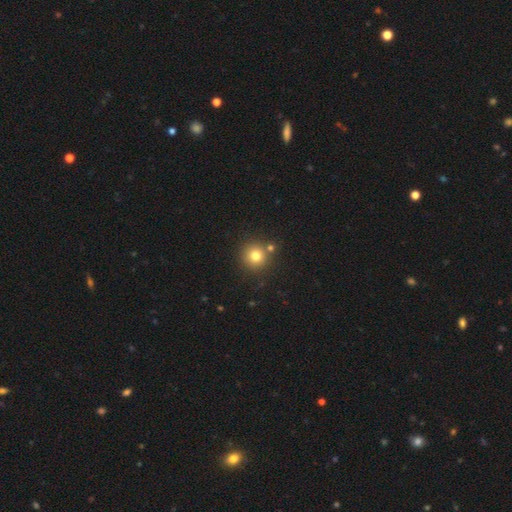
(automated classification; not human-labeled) Smooth or featured? Predicted: smooth (p=0.77). How rounded? Predicted: round (p=0.94). Merging? Predicted: none (p=0.78).